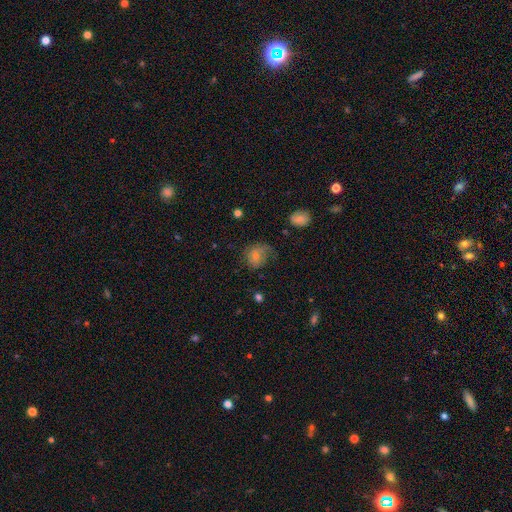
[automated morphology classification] Smooth or featured? Predicted: smooth (p=0.52). How rounded? Predicted: round (p=0.68). Merging? Predicted: none (p=0.50).